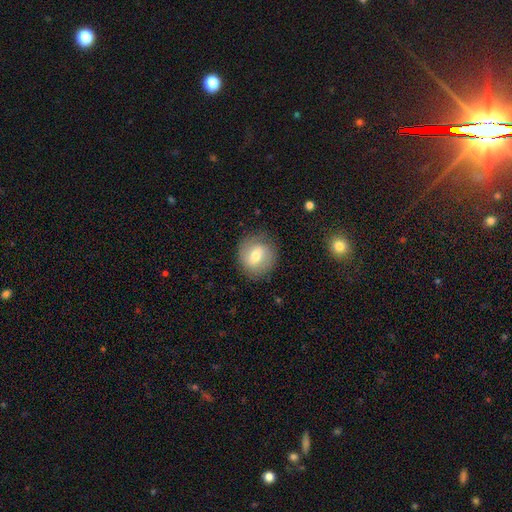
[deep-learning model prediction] smooth-or-featured: smooth: 59% | featured or disk: 33% | star or artifact: 8%
  how-rounded: round: 81% | in between: 18% | cigar-shaped: 1%
  merging: none: 80% | minor disturbance: 14% | major disturbance: 5% | merger: 1%